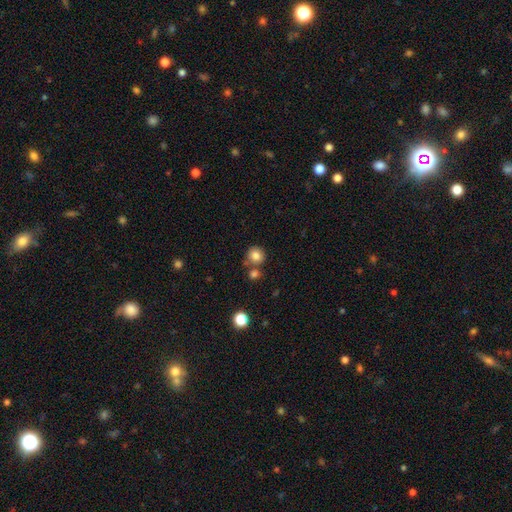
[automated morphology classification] Smooth or featured? smooth (81%)
How rounded? round (90%)
Merging? none (66%)